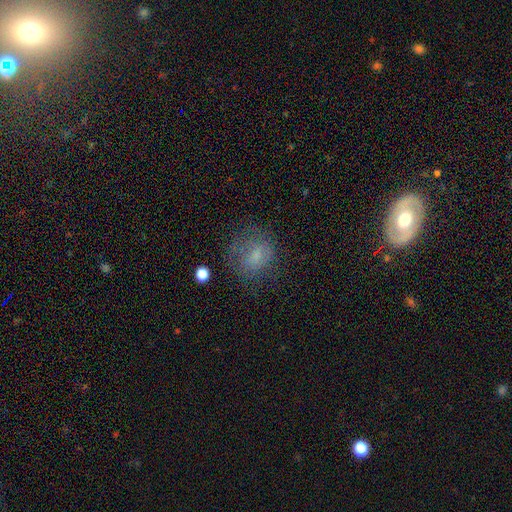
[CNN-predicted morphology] smooth-or-featured: smooth: 63% | featured or disk: 23% | star or artifact: 14%
  how-rounded: round: 63% | in between: 36% | cigar-shaped: 1%
  merging: none: 58% | minor disturbance: 21% | major disturbance: 19% | merger: 2%